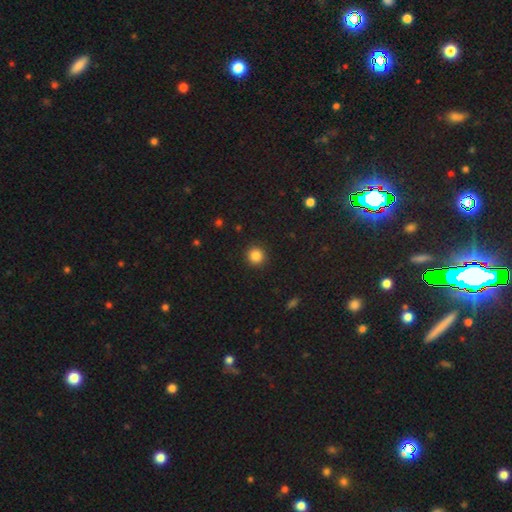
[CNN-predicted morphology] Overall: smooth (85%). How rounded: round (94%). Merging: none (92%).